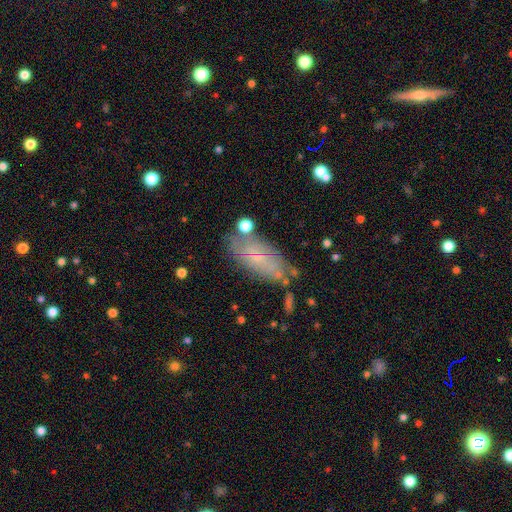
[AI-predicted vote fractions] Smooth or featured?
  - featured or disk: 50% *
  - smooth: 39%
  - star or artifact: 11%
Merging?
  - none: 63% *
  - minor disturbance: 22%
  - merger: 7%
  - major disturbance: 7%